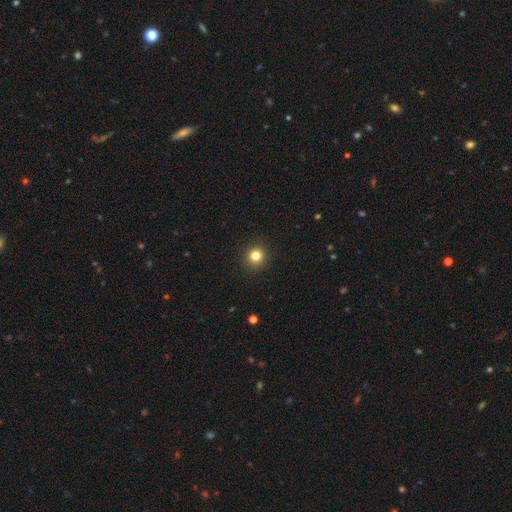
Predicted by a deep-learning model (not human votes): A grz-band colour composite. It shows a smooth galaxy with no disk features (82%) that is round (92%). Merging: none (92%).